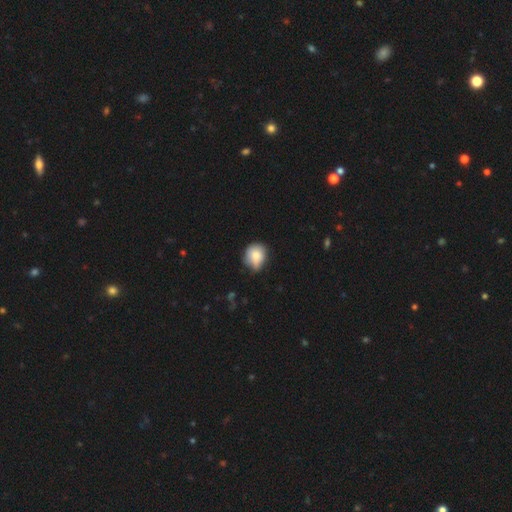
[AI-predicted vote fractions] The model was most divided on "merging": none: 52%, minor disturbance: 38%, major disturbance: 7%, merger: 3%. More confident: smooth or featured — smooth (82%); how rounded — round (72%).